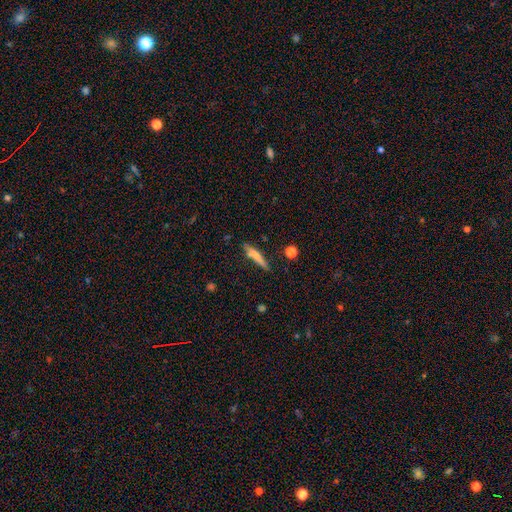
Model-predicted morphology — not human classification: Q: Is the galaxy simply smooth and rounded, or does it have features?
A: smooth — 61%.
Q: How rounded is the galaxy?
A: cigar-shaped — 88%.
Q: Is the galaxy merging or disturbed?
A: none — 73%.